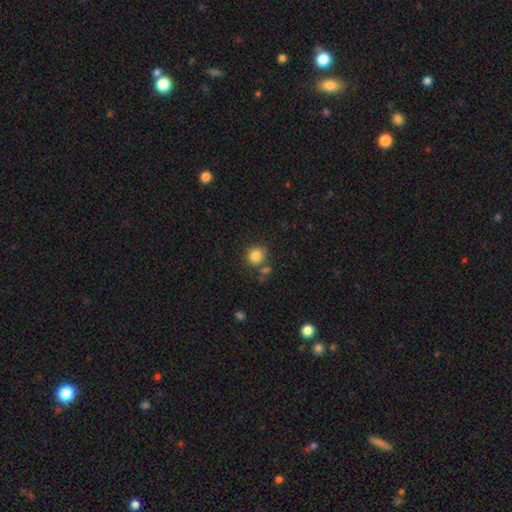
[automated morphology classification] type=smooth (83%); roundness=round (88%); merging=none (72%).